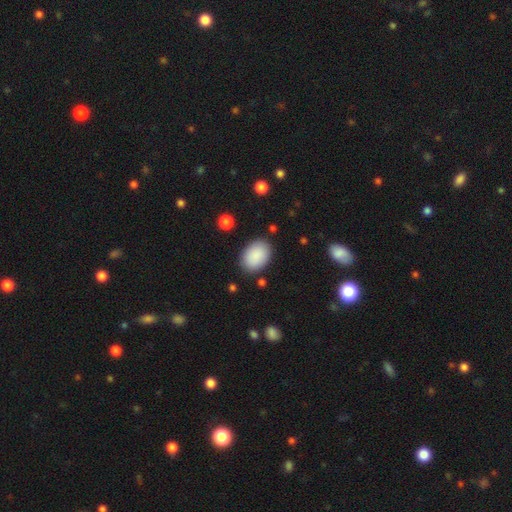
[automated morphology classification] type=smooth (89%); roundness=in between (82%); merging=none (85%).